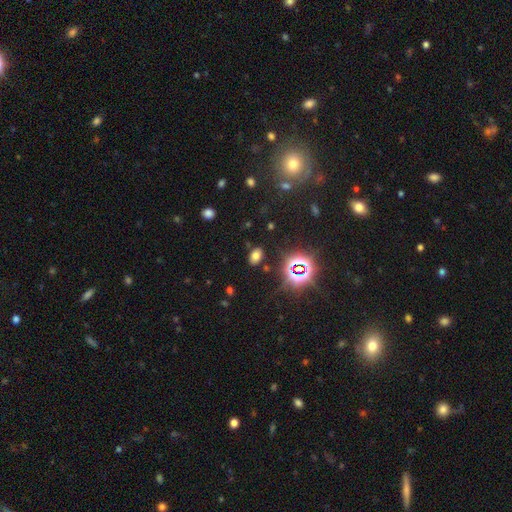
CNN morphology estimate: smooth 61%, star or artifact 29%, featured or disk 9%. Down the decision tree: how rounded — in between (86%); merging — none (84%).